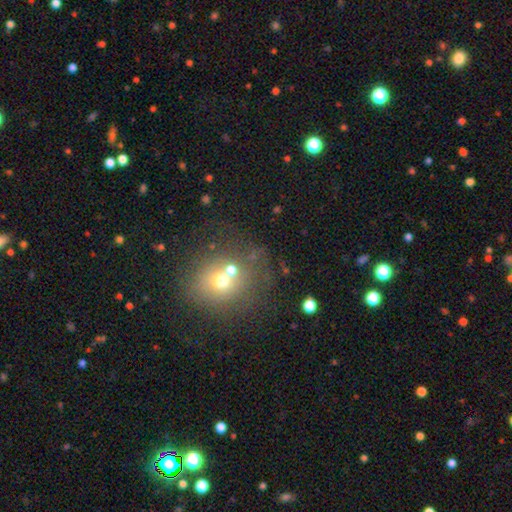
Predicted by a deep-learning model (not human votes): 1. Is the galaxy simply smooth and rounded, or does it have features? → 52% smooth, 34% star or artifact, 15% featured or disk.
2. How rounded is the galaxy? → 77% round, 22% in between, 1% cigar-shaped.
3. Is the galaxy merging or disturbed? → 57% none, 26% merger, 10% minor disturbance, 6% major disturbance.